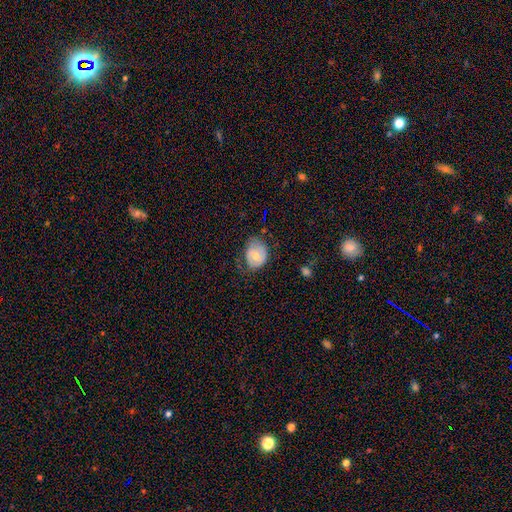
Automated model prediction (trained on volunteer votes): smooth_or_featured: smooth (p=0.54) [alt: featured or disk p=0.38]
how_rounded: in between (p=0.54) [alt: round p=0.45]
merging: none (p=0.53) [alt: minor disturbance p=0.33]